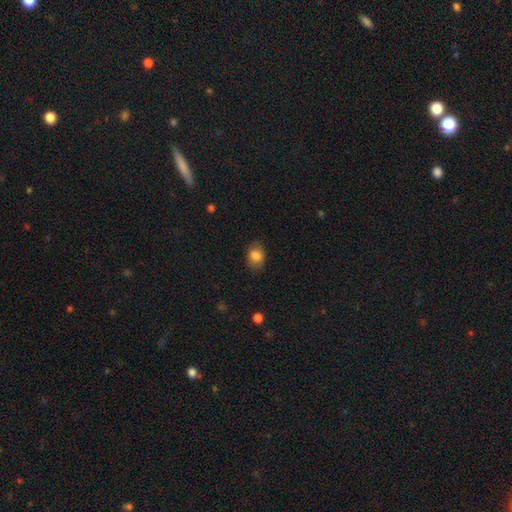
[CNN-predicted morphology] A smooth galaxy with no disk features (84%) that is in between round and cigar-shaped (61%).

Vote fractions:
- Smooth or featured? smooth: 84% / star or artifact: 9% / featured or disk: 7%
- How rounded? in between: 61% / round: 38% / cigar-shaped: 1%
- Merging? none: 79% / minor disturbance: 16% / major disturbance: 4% / merger: 1%